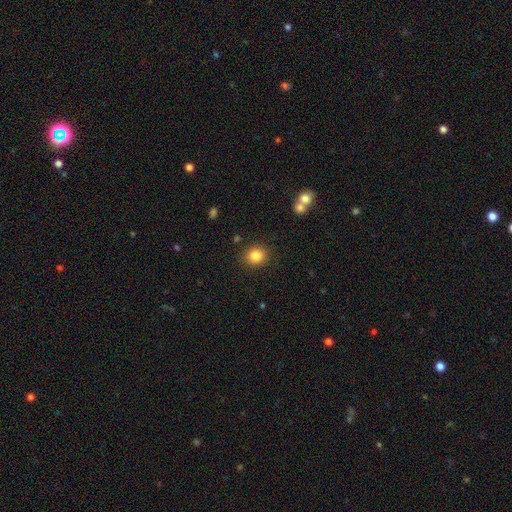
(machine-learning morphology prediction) smooth 85%, star or artifact 10%, featured or disk 5%. Down the decision tree: how rounded — round (76%); merging — none (88%).